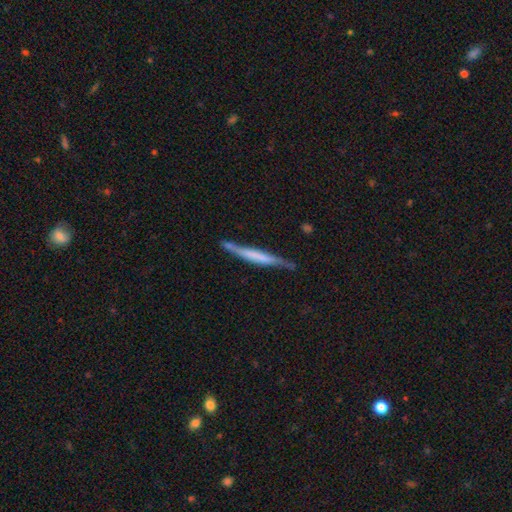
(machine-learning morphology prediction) Smooth or featured? featured or disk (55%)
Edge-on disk? yes (93%)
Edge-on bulge? none (49%)
Merging? none (70%)